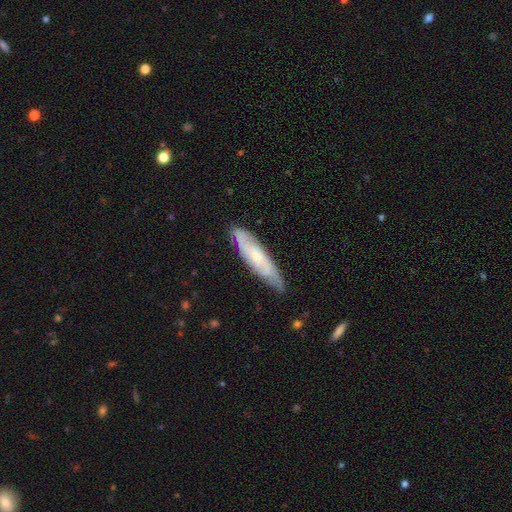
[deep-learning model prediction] A featured or disk galaxy (70%).

Vote fractions:
- Smooth or featured? featured or disk: 70% / smooth: 24% / star or artifact: 6%
- Edge-on disk? no: 69% / yes: 31%
- Merging? none: 78% / minor disturbance: 17% / major disturbance: 3% / merger: 1%